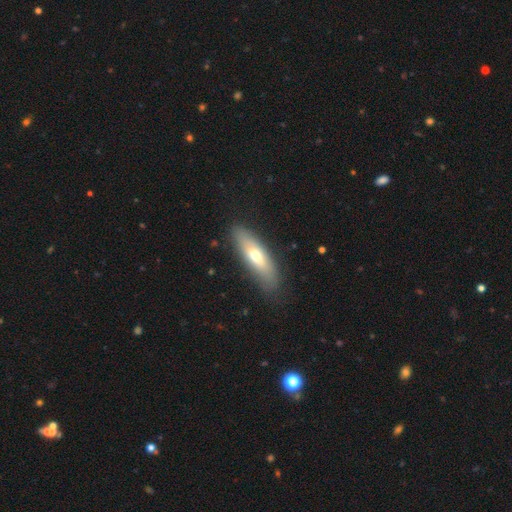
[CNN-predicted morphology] smooth_or_featured: smooth (p=0.62) [alt: featured or disk p=0.32]
how_rounded: cigar-shaped (p=0.50) [alt: in between p=0.47]
merging: none (p=0.82) [alt: minor disturbance p=0.13]